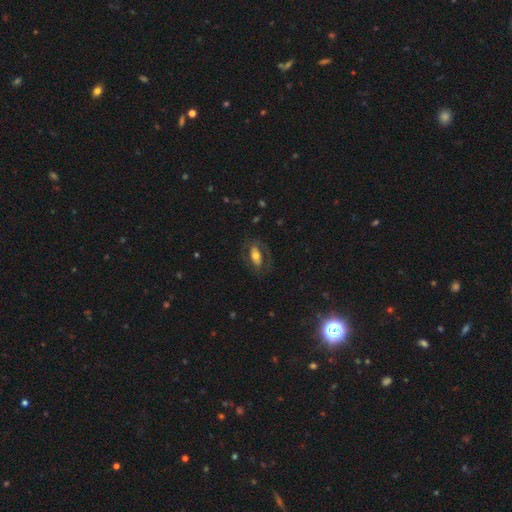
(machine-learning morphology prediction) This is possibly a featured or disk galaxy (49%). Merging: likely none (67%).